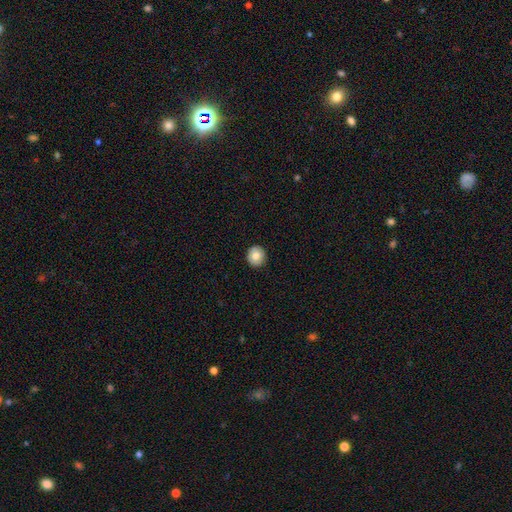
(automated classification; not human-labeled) The model was most divided on "smooth or featured": smooth: 79%, featured or disk: 12%, star or artifact: 8%. More confident: merging — none (91%); how rounded — round (88%).